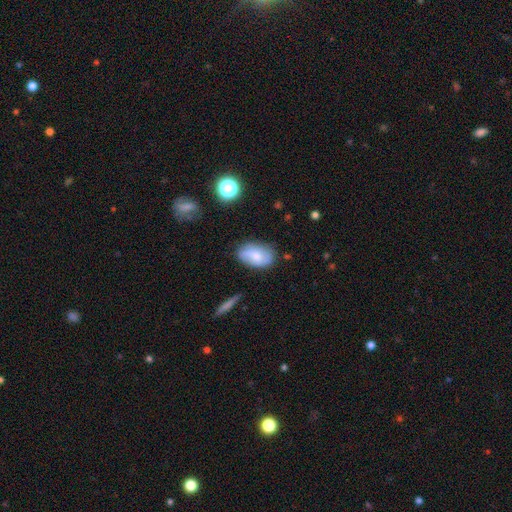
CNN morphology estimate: Smooth or featured: smooth — 62% (featured or disk — 31%)
How rounded: in between — 90% (round — 8%)
Merging: none — 71% (minor disturbance — 22%)